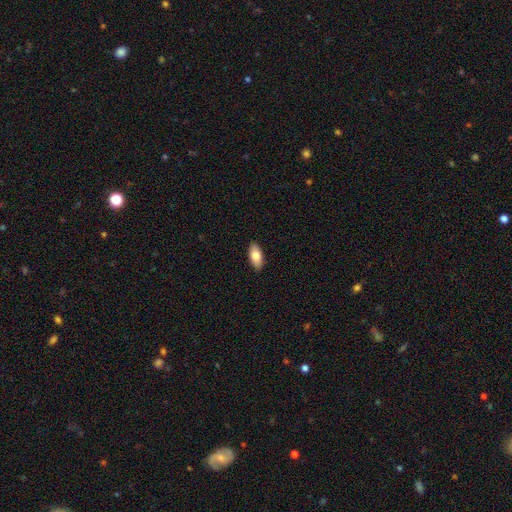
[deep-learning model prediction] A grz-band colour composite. It shows a smooth galaxy with no disk features (80%) that is in between round and cigar-shaped (89%). Merging: none (90%).